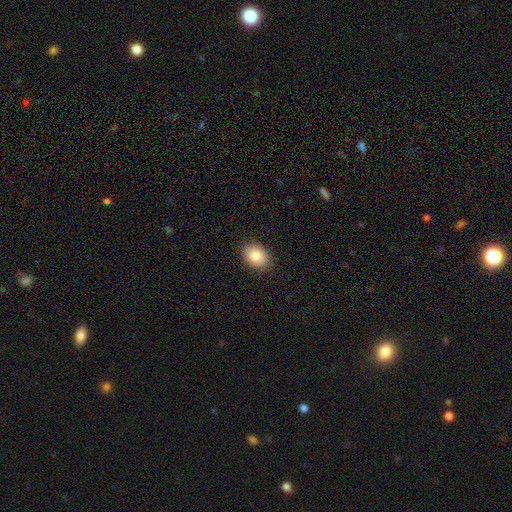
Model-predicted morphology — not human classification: The model was most divided on "how rounded": in between: 71%, round: 28%, cigar-shaped: 1%. More confident: merging — none (89%); smooth or featured — smooth (85%).